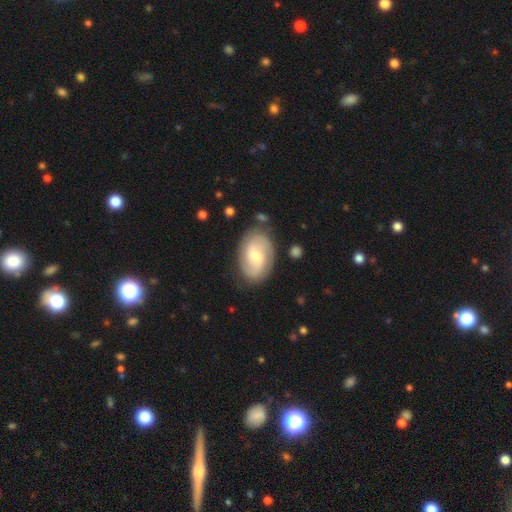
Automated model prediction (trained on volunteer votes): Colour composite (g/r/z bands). It shows a featured or disk galaxy (68%) with no bar (49%), 2 (71%) medium (42%) spiral arms (91%) and a moderate central bulge (51%). Merging: none (79%).